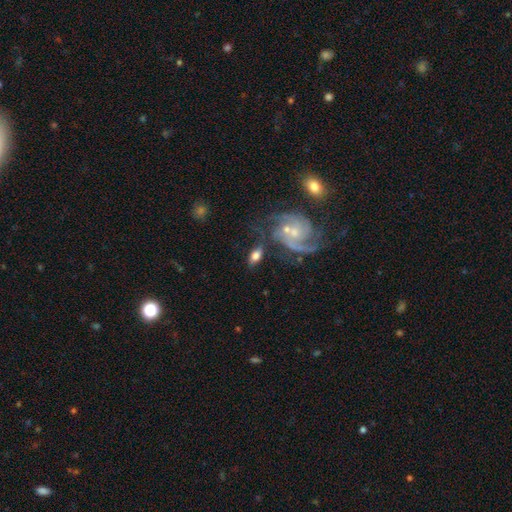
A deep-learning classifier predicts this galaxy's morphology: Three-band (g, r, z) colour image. It shows a smooth galaxy with no disk features (53%) that is in between round and cigar-shaped (85%). Merging: none (55%).